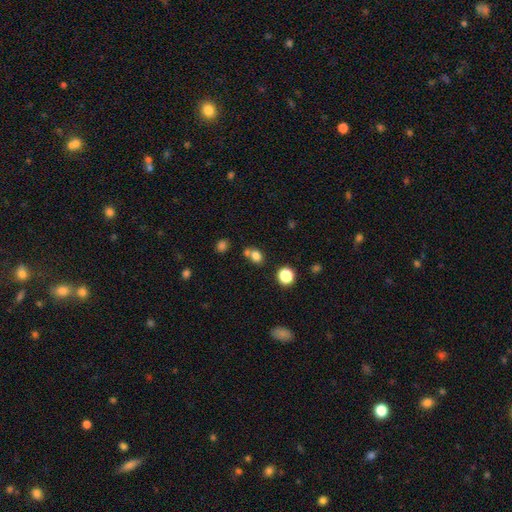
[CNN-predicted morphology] Q: Smooth or featured?
A: smooth (77%); runner-up: star or artifact (15%)
Q: How rounded?
A: round (63%); runner-up: in between (36%)
Q: Merging?
A: none (55%); runner-up: merger (31%)